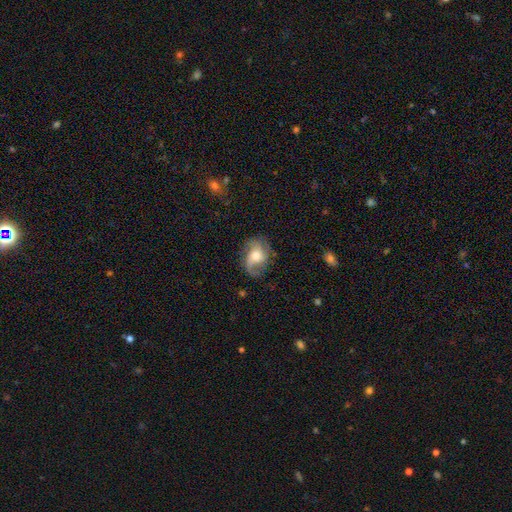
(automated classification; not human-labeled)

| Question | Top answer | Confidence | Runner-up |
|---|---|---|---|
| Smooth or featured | featured or disk | 75% | smooth (18%) |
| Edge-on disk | no | 97% | yes (3%) |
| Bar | no | 61% | weak (33%) |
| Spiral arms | yes | 94% | no (6%) |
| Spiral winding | medium | 46% | loose (35%) |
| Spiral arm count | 2 | 48% | 3 (27%) |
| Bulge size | moderate | 52% | large (29%) |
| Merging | none | 68% | minor disturbance (19%) |